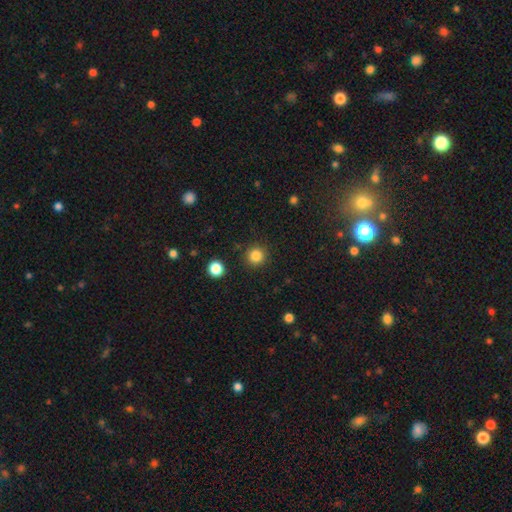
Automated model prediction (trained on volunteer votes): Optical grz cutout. It shows a smooth galaxy with no disk features (84%) that is round (95%). Merging: none (90%).